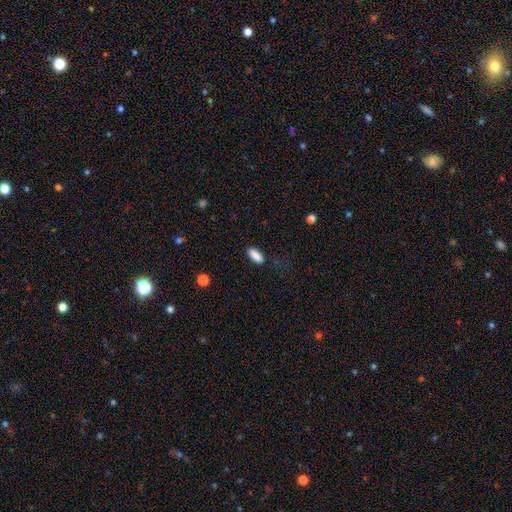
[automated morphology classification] Smooth or featured: smooth — 88% (star or artifact — 8%)
How rounded: in between — 76% (cigar-shaped — 21%)
Merging: none — 84% (minor disturbance — 12%)